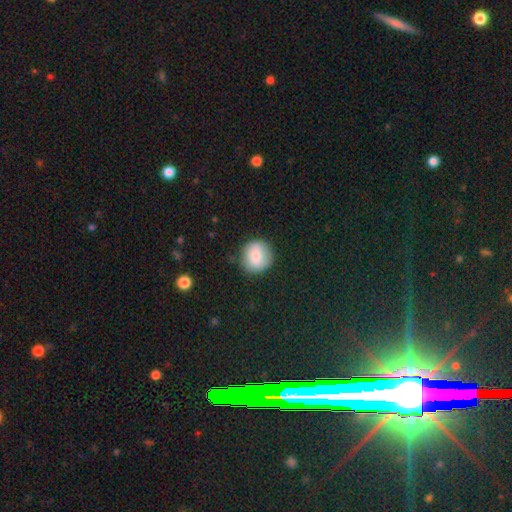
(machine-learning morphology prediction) This is clearly a smooth galaxy (81%). How rounded: clearly round (91%). Merging: clearly none (85%).